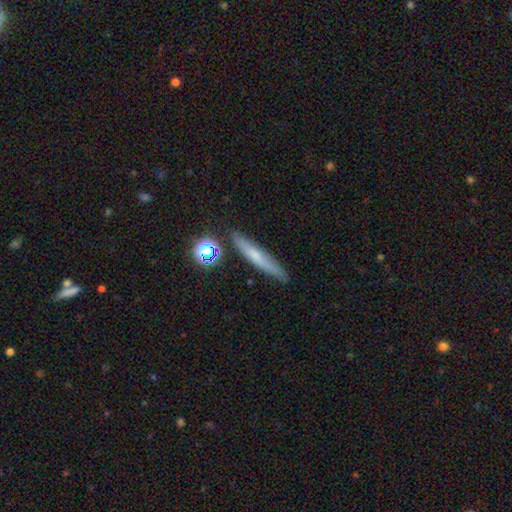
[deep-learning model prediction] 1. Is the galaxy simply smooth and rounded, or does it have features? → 55% smooth, 35% featured or disk, 10% star or artifact.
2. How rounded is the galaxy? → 89% cigar-shaped, 7% in between, 4% round.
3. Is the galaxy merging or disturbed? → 82% none, 12% minor disturbance, 4% merger, 3% major disturbance.